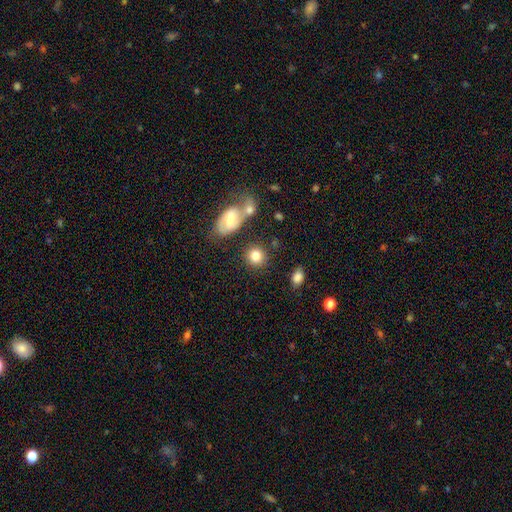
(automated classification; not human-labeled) A smooth galaxy with no disk features (81%) that is round (77%). Merging: none (68%).